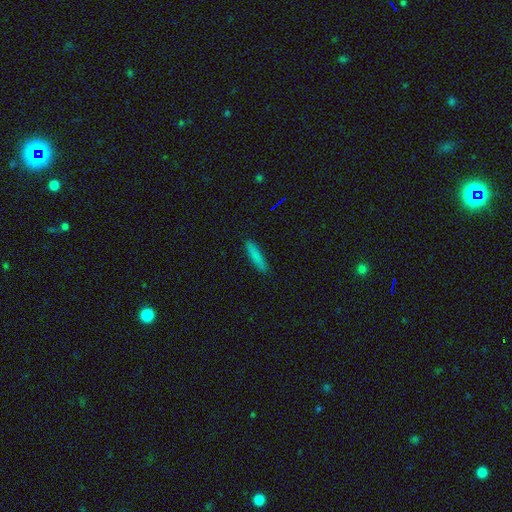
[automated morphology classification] Smooth or featured?
  - smooth: 83% *
  - featured or disk: 9%
  - star or artifact: 8%
How rounded?
  - cigar-shaped: 85% *
  - in between: 14%
  - round: 2%
Merging?
  - none: 89% *
  - minor disturbance: 8%
  - major disturbance: 2%
  - merger: 1%